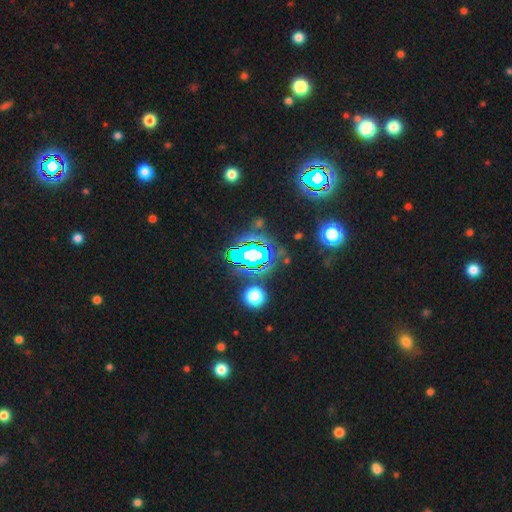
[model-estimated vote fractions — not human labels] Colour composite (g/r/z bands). It shows a star or artifact, not a galaxy (67%).